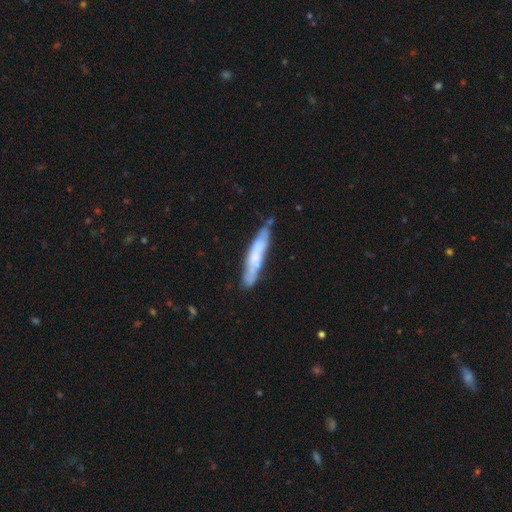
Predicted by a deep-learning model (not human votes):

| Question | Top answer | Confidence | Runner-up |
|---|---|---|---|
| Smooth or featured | smooth | 50% | featured or disk (43%) |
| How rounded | cigar-shaped | 90% | in between (8%) |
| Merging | none | 71% | minor disturbance (20%) |